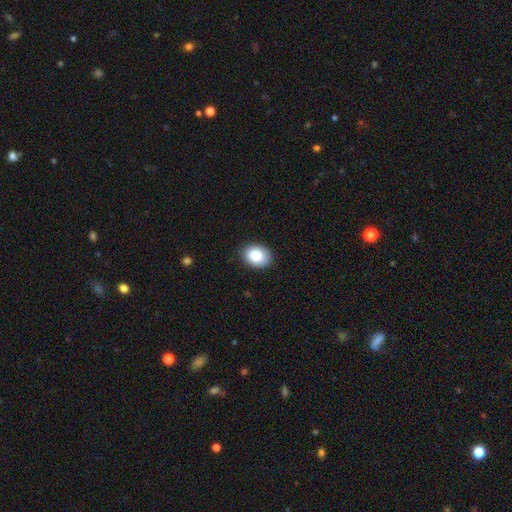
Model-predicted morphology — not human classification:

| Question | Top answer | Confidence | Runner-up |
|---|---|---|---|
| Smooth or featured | smooth | 84% | star or artifact (9%) |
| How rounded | in between | 62% | round (37%) |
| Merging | none | 87% | minor disturbance (10%) |